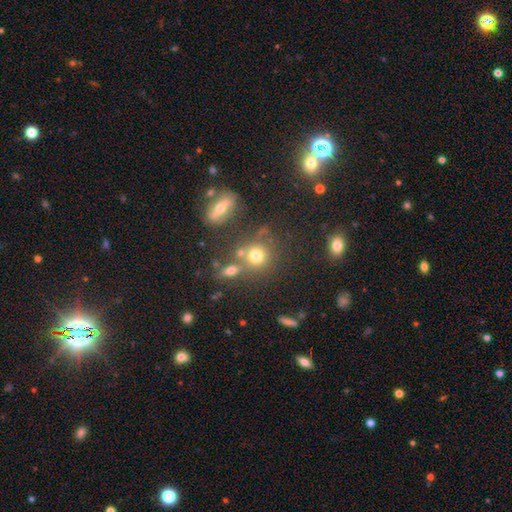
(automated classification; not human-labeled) This appears to be a smooth galaxy with no disk features (71%) that is round (82%). Merging: none (61%).